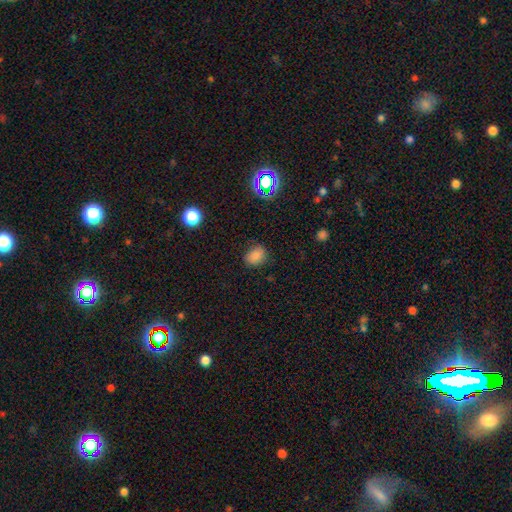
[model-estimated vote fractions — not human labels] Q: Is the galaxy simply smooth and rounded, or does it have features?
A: smooth — 79%.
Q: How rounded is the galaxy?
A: in between — 50%.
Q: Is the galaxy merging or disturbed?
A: none — 78%.